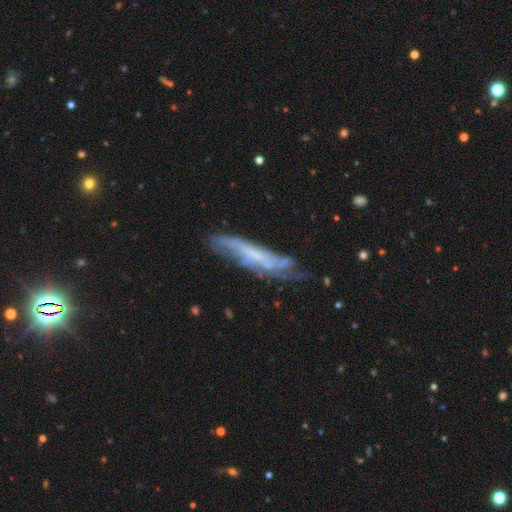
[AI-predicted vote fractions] Overall: featured or disk (66%). Edge-on disk: no (51%; yes 49%). Merging: none (58%; minor disturbance 25%).